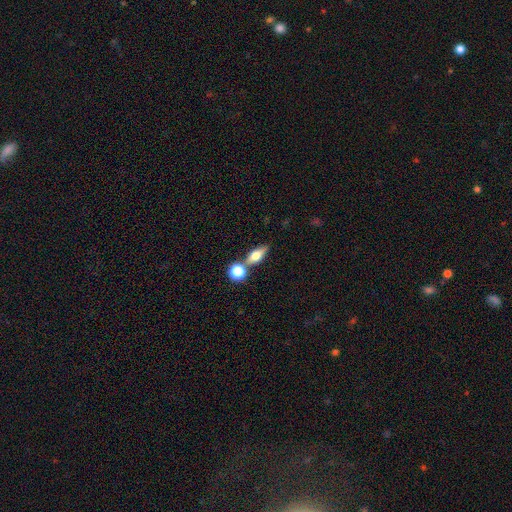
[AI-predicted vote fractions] This is possibly a smooth galaxy (57%). How rounded: possibly in between (60%). Merging: likely none (65%).